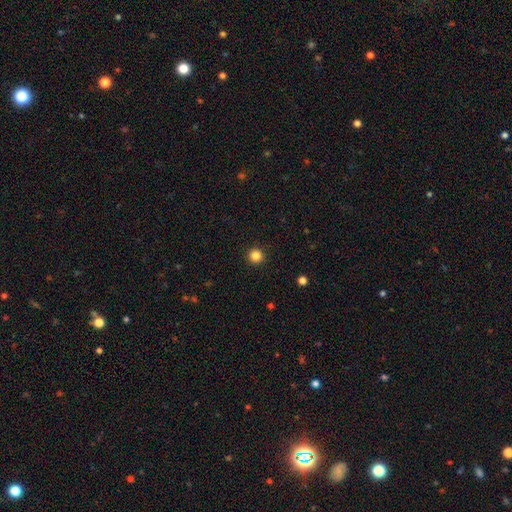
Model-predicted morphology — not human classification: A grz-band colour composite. It shows a smooth galaxy with no disk features (85%) that is round (95%). Merging: none (93%).